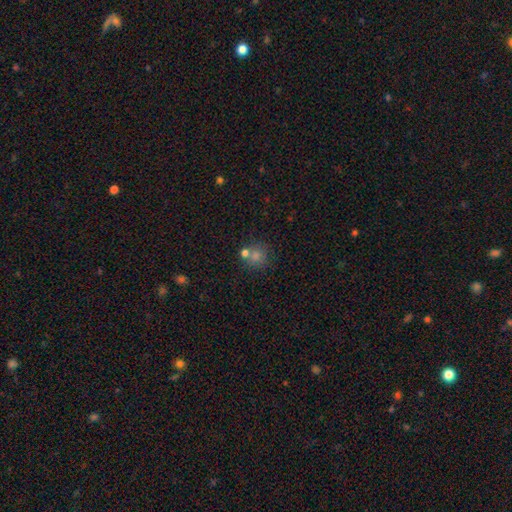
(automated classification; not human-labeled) This is likely a smooth galaxy (65%). How rounded: clearly round (88%). Merging: likely none (65%).